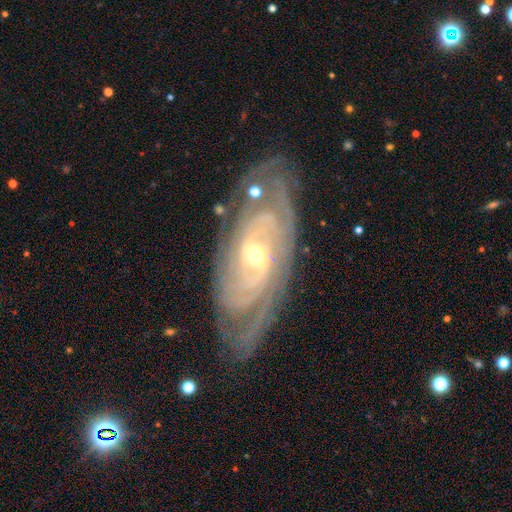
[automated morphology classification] Q: Smooth or featured?
A: featured or disk (88%); runner-up: smooth (6%)
Q: Edge-on disk?
A: no (91%); runner-up: yes (9%)
Q: Bar?
A: no (52%); runner-up: weak (35%)
Q: Spiral arms?
A: yes (96%); runner-up: no (4%)
Q: Spiral winding?
A: tight (75%); runner-up: medium (21%)
Q: Spiral arm count?
A: can't tell (33%); runner-up: 2 (21%)
Q: Bulge size?
A: small (52%); runner-up: moderate (45%)
Q: Merging?
A: none (78%); runner-up: minor disturbance (16%)